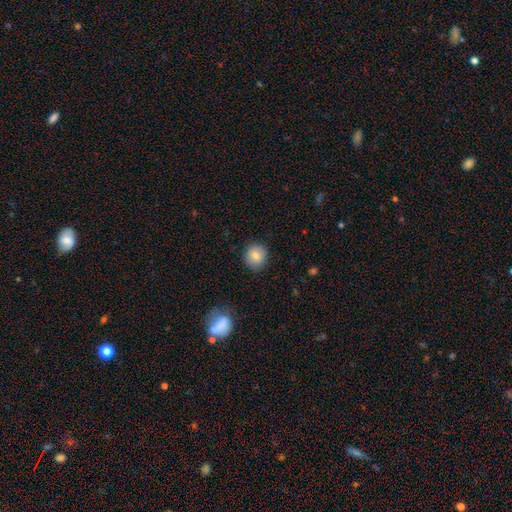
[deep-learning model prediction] Smooth or featured? Predicted: smooth (p=0.80). How rounded? Predicted: round (p=0.88). Merging? Predicted: none (p=0.88).